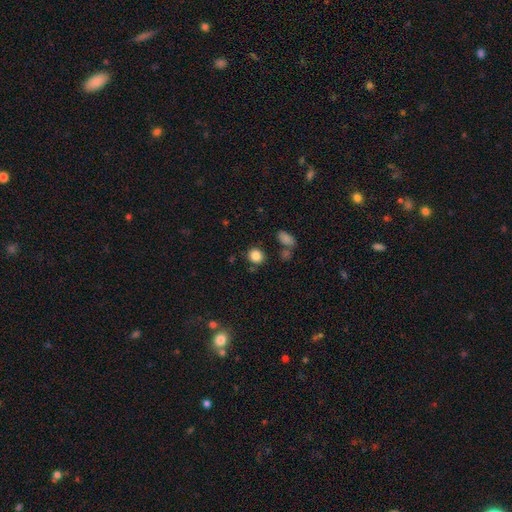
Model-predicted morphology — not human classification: Smooth or featured?
  - smooth: 84% *
  - star or artifact: 10%
  - featured or disk: 6%
How rounded?
  - round: 80% *
  - in between: 19%
  - cigar-shaped: 1%
Merging?
  - none: 82% *
  - minor disturbance: 9%
  - merger: 5%
  - major disturbance: 3%